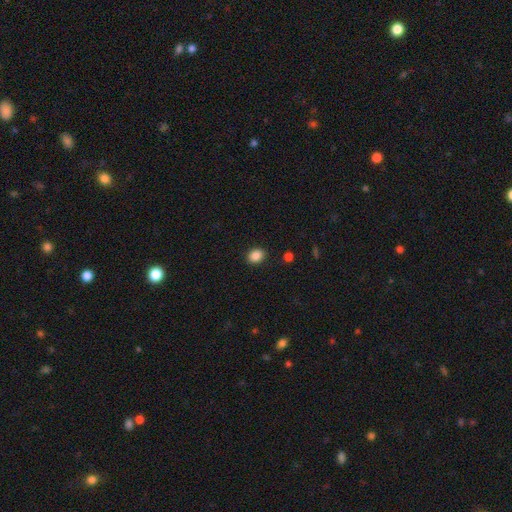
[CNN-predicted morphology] The model was most divided on "how rounded": in between: 62%, round: 37%, cigar-shaped: 1%. More confident: merging — none (89%); smooth or featured — smooth (87%).